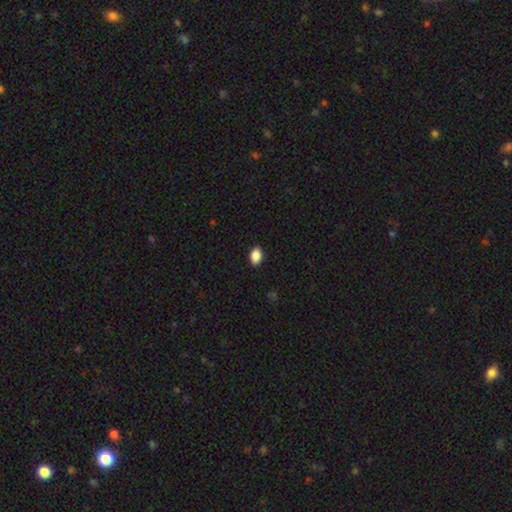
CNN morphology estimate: A smooth galaxy with no disk features (89%) that is in between round and cigar-shaped (88%). Merging: none (89%).